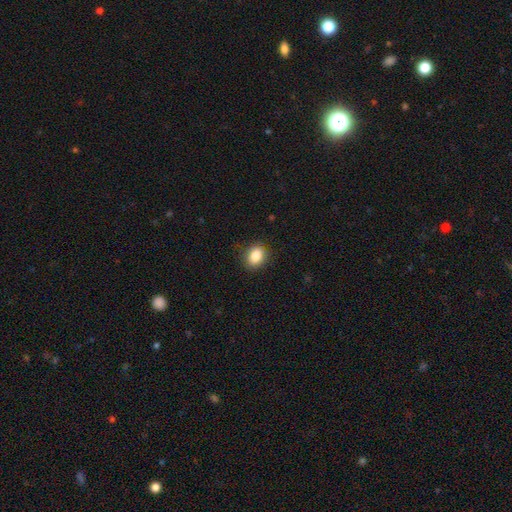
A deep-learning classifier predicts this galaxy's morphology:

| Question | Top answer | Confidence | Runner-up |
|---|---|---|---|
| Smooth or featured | smooth | 86% | star or artifact (9%) |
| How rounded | in between | 56% | round (43%) |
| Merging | none | 87% | minor disturbance (10%) |